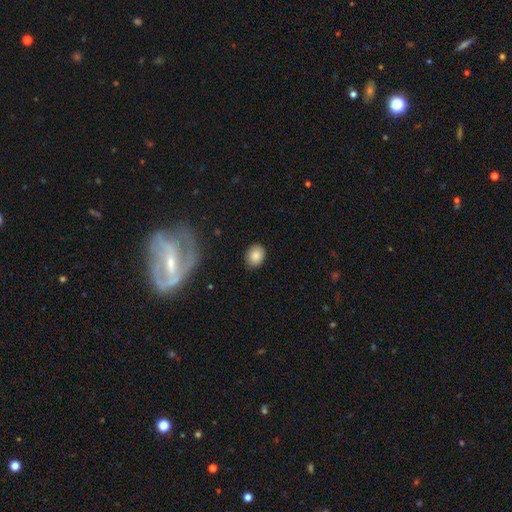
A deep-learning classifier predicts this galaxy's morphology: smooth-or-featured: smooth: 86% | star or artifact: 8% | featured or disk: 6%
  how-rounded: in between: 51% | round: 47% | cigar-shaped: 1%
  merging: none: 85% | minor disturbance: 11% | major disturbance: 3% | merger: 1%